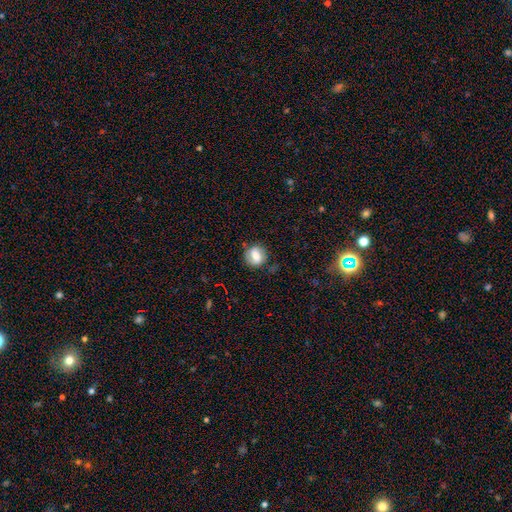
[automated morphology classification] smooth-or-featured: smooth: 62% | featured or disk: 29% | star or artifact: 9%
  how-rounded: round: 70% | in between: 29% | cigar-shaped: 1%
  merging: none: 72% | minor disturbance: 19% | major disturbance: 7% | merger: 2%